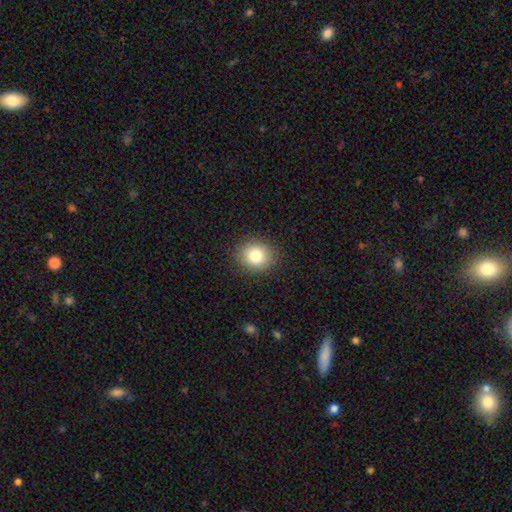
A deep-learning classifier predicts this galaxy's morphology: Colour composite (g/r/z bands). It shows a smooth galaxy with no disk features (82%) that is round (78%). Merging: none (90%).